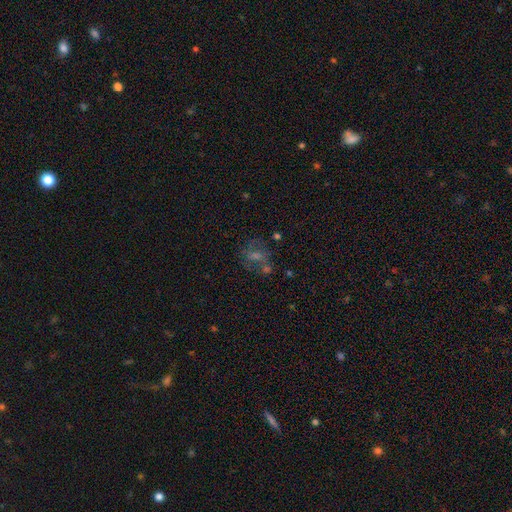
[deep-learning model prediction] smooth-or-featured: featured or disk: 42% | smooth: 29% | star or artifact: 29%
  merging: none: 59% | minor disturbance: 16% | merger: 13% | major disturbance: 12%